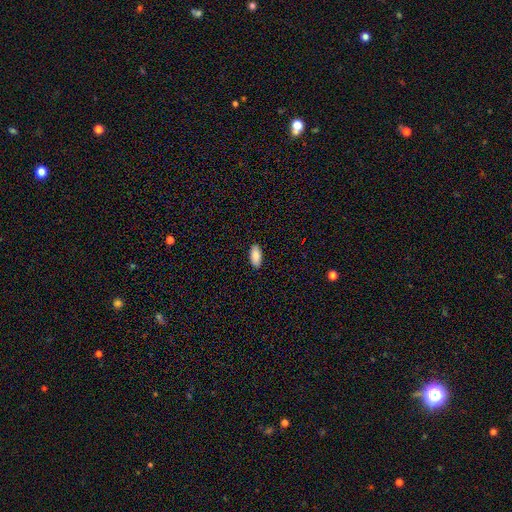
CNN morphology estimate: This appears to be a smooth galaxy with no disk features (86%) that is in between round and cigar-shaped (90%). Merging: none (90%).